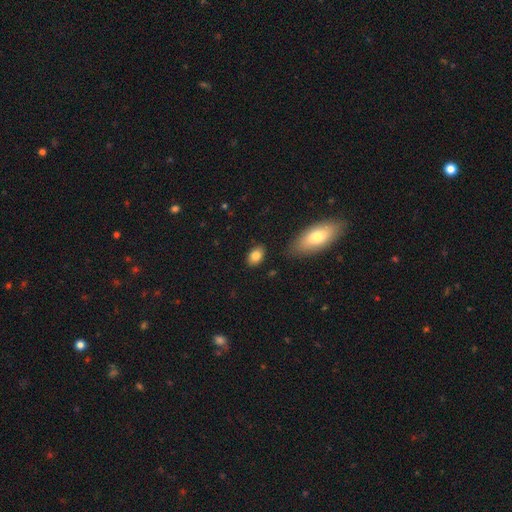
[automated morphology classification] The model was most divided on "how rounded": in between: 83%, round: 15%, cigar-shaped: 2%. More confident: merging — none (84%); smooth or featured — smooth (83%).